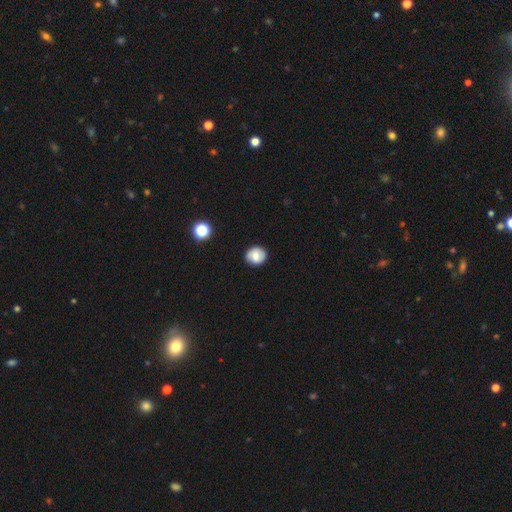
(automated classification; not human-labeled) smooth_or_featured: smooth (p=0.66) [alt: featured or disk p=0.25]
how_rounded: round (p=0.77) [alt: in between p=0.22]
merging: none (p=0.84) [alt: minor disturbance p=0.12]